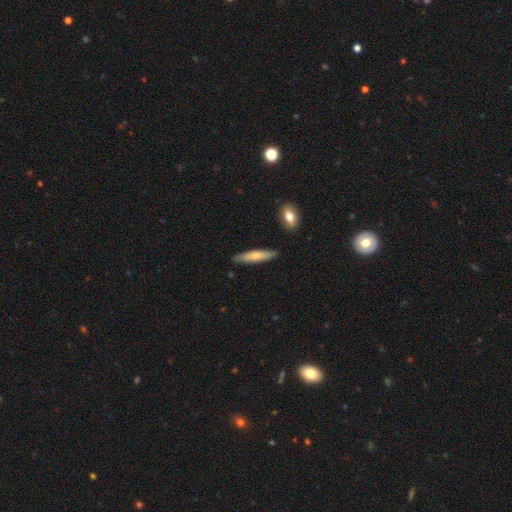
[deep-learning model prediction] Q: Smooth or featured?
A: smooth (65%); runner-up: featured or disk (30%)
Q: How rounded?
A: cigar-shaped (86%); runner-up: in between (13%)
Q: Merging?
A: none (86%); runner-up: minor disturbance (10%)